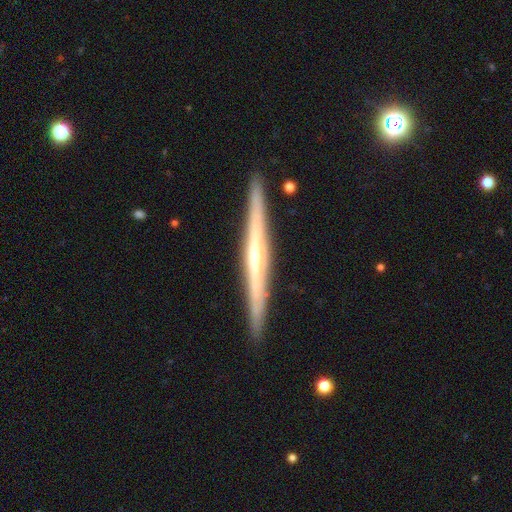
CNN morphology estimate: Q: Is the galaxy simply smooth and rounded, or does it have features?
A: featured or disk — 76%.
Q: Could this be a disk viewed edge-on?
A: yes — 98%.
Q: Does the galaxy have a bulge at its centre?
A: rounded — 47%.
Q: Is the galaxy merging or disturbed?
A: none — 92%.